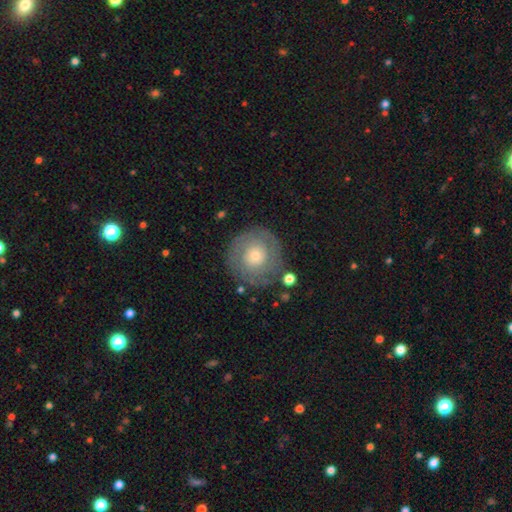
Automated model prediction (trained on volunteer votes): Morphology: type=featured or disk (55%); edge-on=no (97%); bar=no (87%); spiral arms=yes (64%); bulge=small (48%); merging=none (80%).